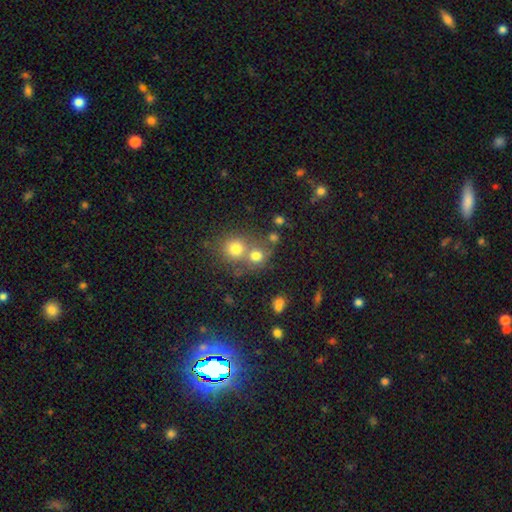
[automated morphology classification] This is likely a smooth galaxy (73%). How rounded: clearly round (82%). Merging: possibly merger (47%).